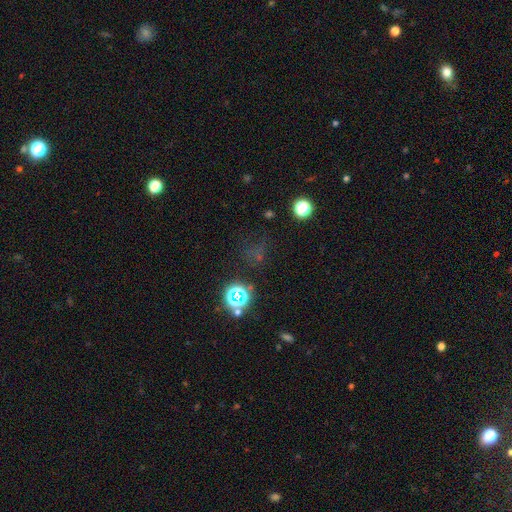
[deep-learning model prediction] The model was most divided on "smooth or featured": star or artifact: 65%, smooth: 26%, featured or disk: 9%.